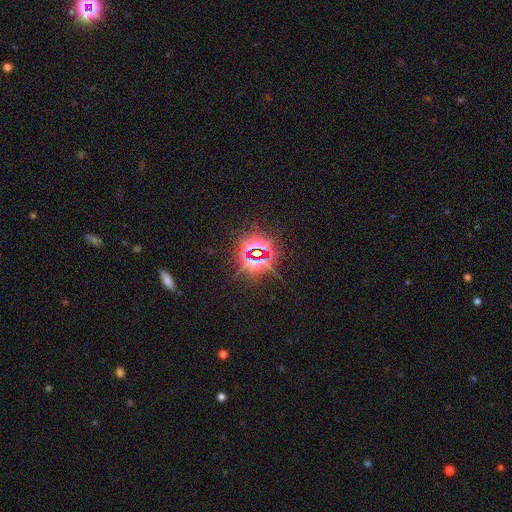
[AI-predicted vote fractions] This appears to be a star or artifact, not a galaxy (83%).